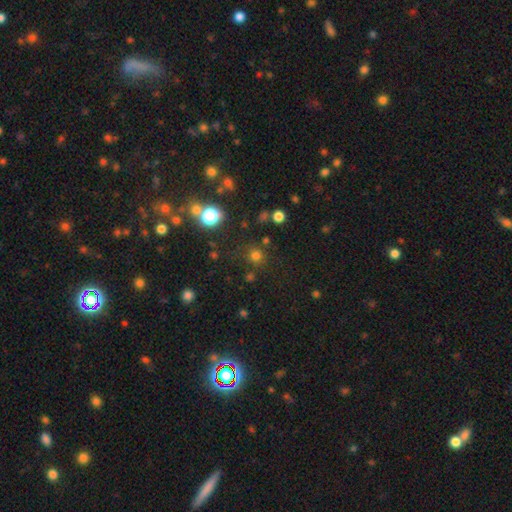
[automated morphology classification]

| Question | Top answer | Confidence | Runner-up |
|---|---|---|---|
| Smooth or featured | smooth | 70% | star or artifact (24%) |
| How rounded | round | 90% | in between (9%) |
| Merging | none | 79% | minor disturbance (10%) |